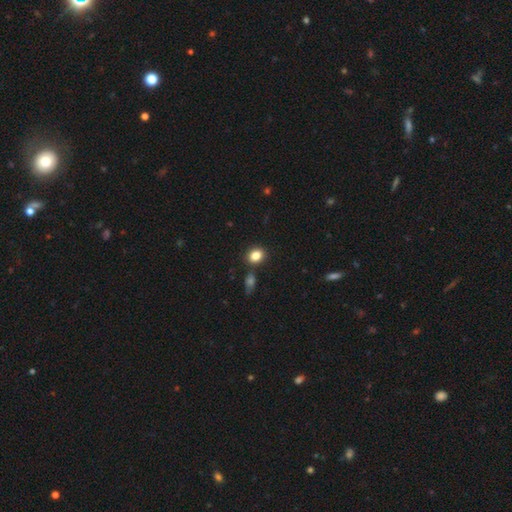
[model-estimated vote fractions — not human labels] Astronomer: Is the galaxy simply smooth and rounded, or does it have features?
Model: smooth — 84%.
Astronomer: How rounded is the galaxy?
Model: in between — 50% (runner-up: round, 49%).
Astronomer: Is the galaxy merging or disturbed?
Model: none — 80%.